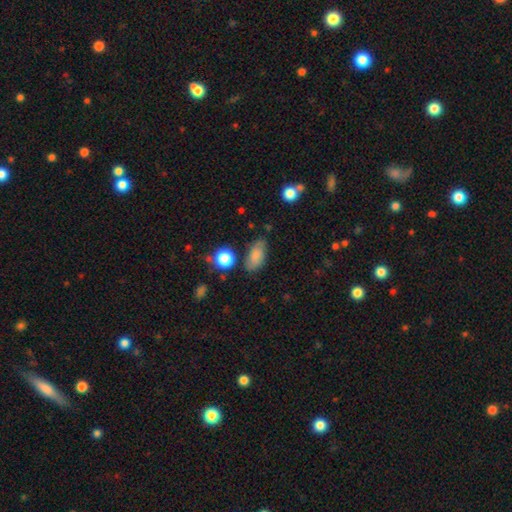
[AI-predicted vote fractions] smooth_or_featured: smooth (p=0.79) [alt: featured or disk p=0.12]
how_rounded: in between (p=0.87) [alt: round p=0.07]
merging: none (p=0.69) [alt: minor disturbance p=0.21]